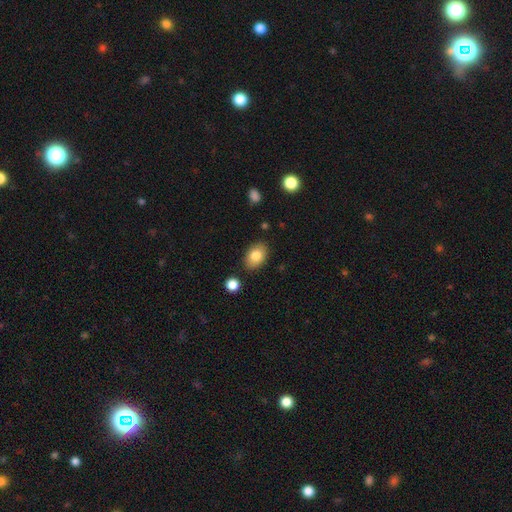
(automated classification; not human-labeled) A smooth galaxy with no disk features (82%) that is in between round and cigar-shaped (84%). Merging: none (85%).